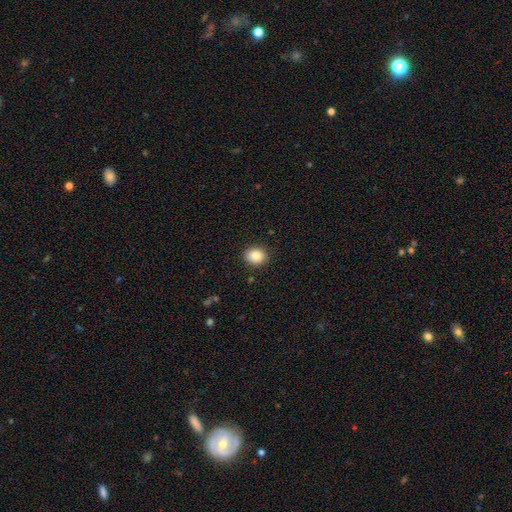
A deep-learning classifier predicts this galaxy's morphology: Smooth or featured? smooth (86%)
How rounded? round (58%)
Merging? none (89%)